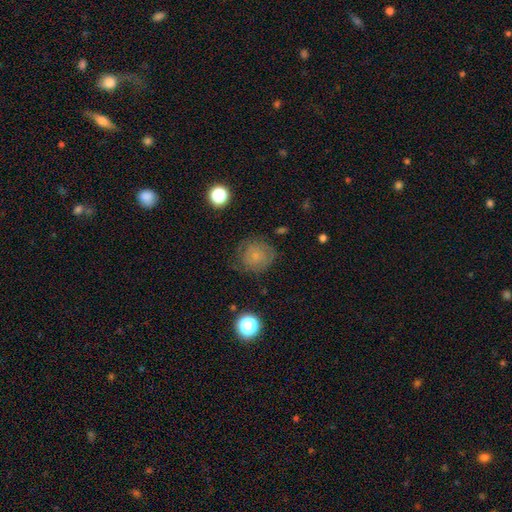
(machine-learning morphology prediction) This appears to be a smooth galaxy with no disk features (60%) that is round (84%). Merging: none (66%).